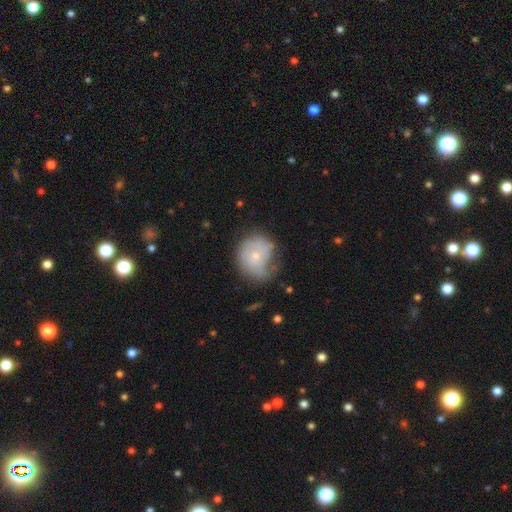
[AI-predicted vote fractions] Smooth or featured: smooth — 47% (featured or disk — 44%)
Merging: none — 43% (minor disturbance — 35%)